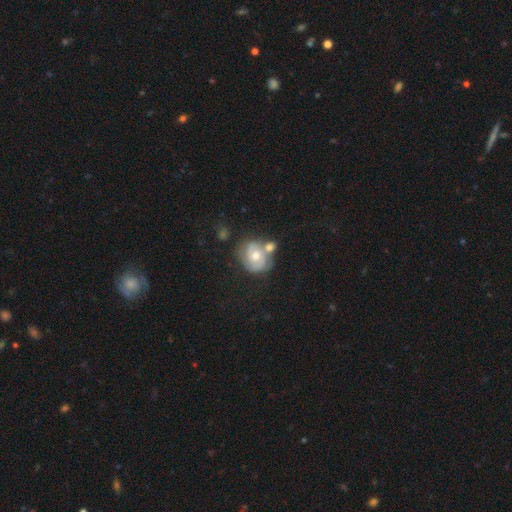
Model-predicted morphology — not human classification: A featured or disk galaxy (73%) with no bar (69%), 2 (72%) tight (55%) spiral arms (88%) and a moderate central bulge (69%). Merging: none (46%).